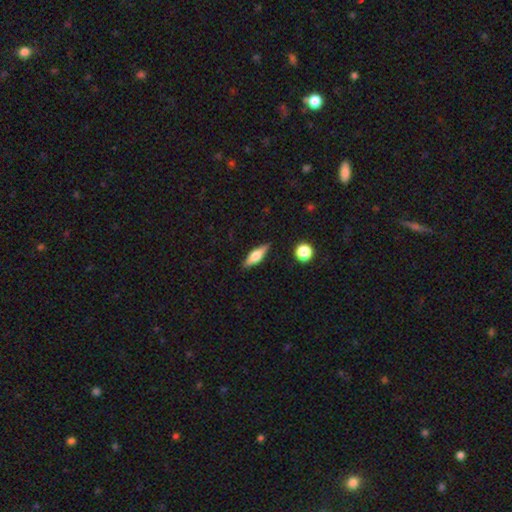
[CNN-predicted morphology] Overall: smooth (50%; featured or disk 42%). How rounded: cigar-shaped (49%; in between 47%). Merging: none (86%).